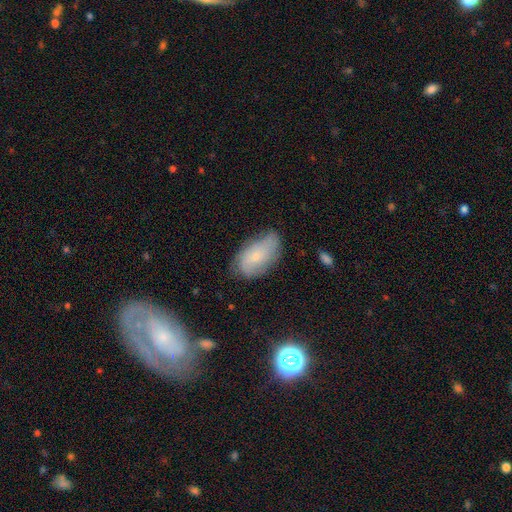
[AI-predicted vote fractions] This is possibly a smooth galaxy (55%). How rounded: clearly in between (91%). Merging: likely none (61%).